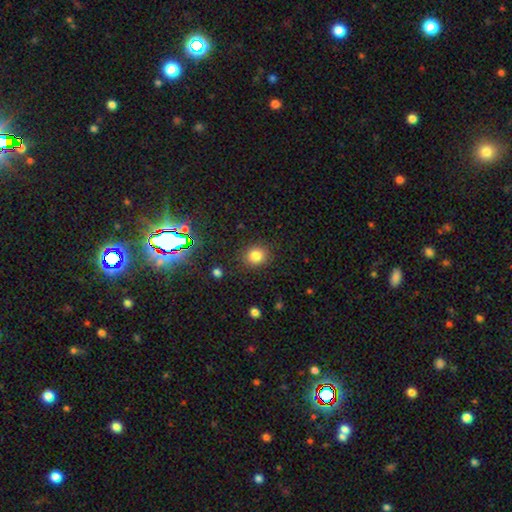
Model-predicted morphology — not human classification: smooth 81%, star or artifact 13%, featured or disk 5%. Down the decision tree: how rounded — round (73%); merging — none (86%).